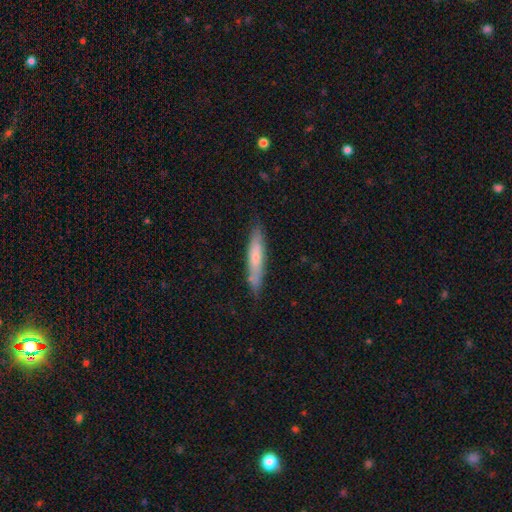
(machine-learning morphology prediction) A smooth galaxy with no disk features (59%) that is cigar-shaped (87%). Merging: none (80%).